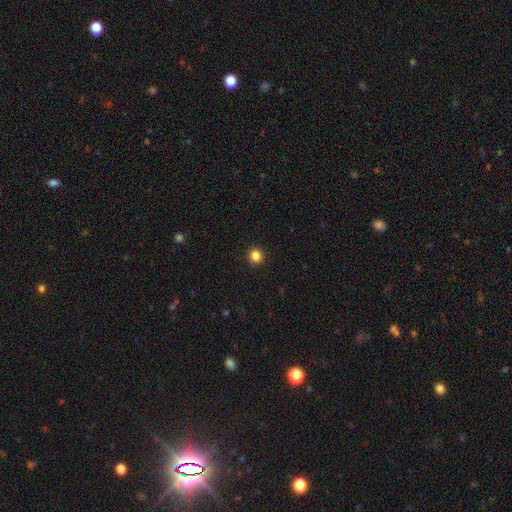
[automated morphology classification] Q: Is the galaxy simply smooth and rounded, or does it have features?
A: smooth — 85%.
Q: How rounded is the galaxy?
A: round — 91%.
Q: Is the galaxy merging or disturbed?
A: none — 93%.